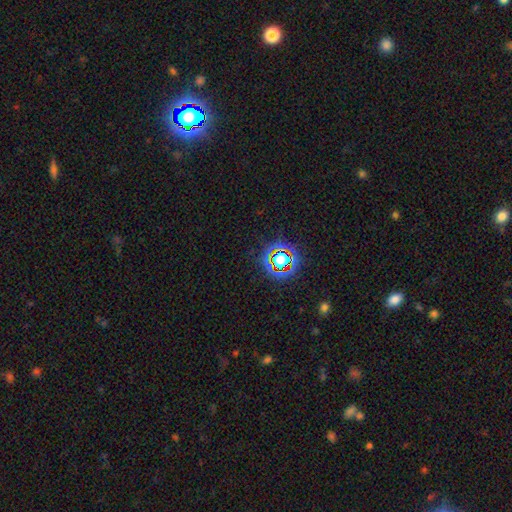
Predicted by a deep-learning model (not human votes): The model was most divided on "smooth or featured": star or artifact: 75%, smooth: 16%, featured or disk: 9%.